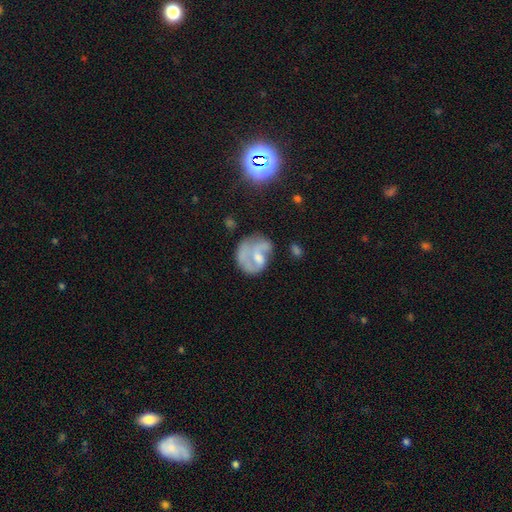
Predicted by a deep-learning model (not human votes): smooth-or-featured: featured or disk: 58% | smooth: 34% | star or artifact: 9%
  disk-edge-on: no: 98% | yes: 2%
    bar: no: 66% | weak: 28% | strong: 6%
    has-spiral-arms: yes: 57% | no: 43%
    bulge-size: moderate: 42% | small: 25% | none: 24% | large: 8% | dominant: 2%
  merging: none: 37% | major disturbance: 35% | minor disturbance: 21% | merger: 7%